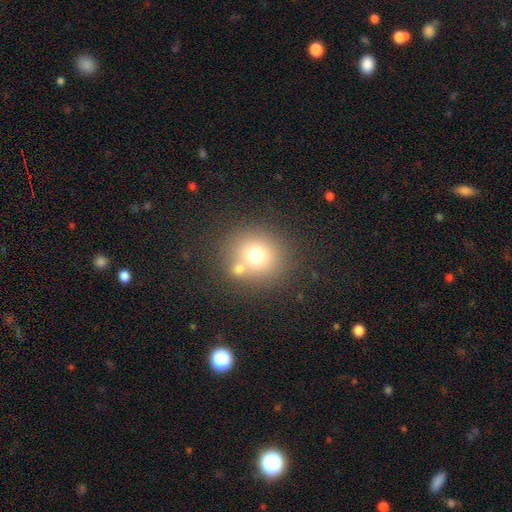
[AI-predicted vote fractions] This is likely a smooth galaxy (69%). How rounded: clearly round (87%). Merging: likely none (66%).